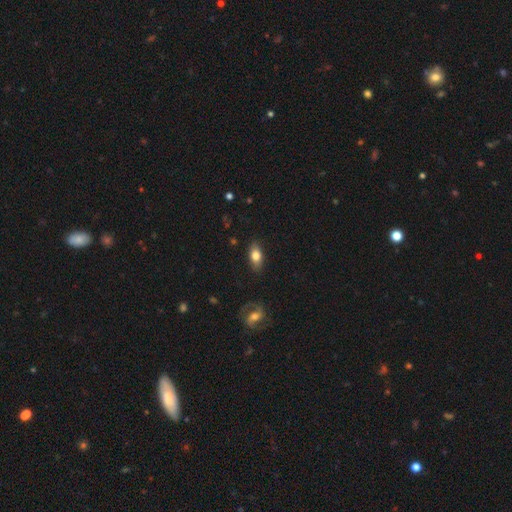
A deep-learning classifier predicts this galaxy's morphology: smooth_or_featured: smooth (p=0.75) [alt: featured or disk p=0.17]
how_rounded: in between (p=0.86) [alt: cigar-shaped p=0.07]
merging: none (p=0.84) [alt: minor disturbance p=0.12]